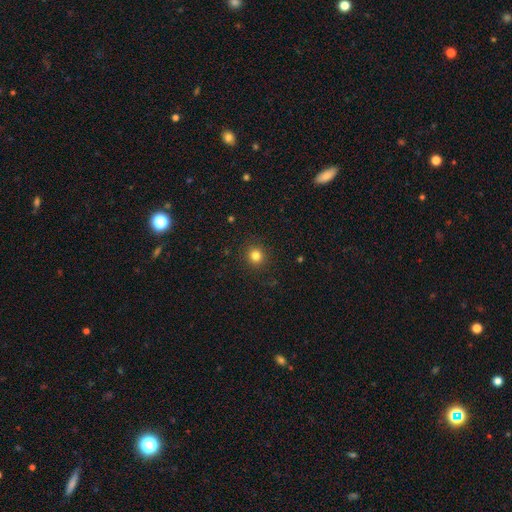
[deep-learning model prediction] A smooth galaxy with no disk features (82%) that is round (92%).

Vote fractions:
- Smooth or featured? smooth: 82% / star or artifact: 13% / featured or disk: 5%
- How rounded? round: 92% / in between: 7% / cigar-shaped: 1%
- Merging? none: 91% / minor disturbance: 6% / major disturbance: 2% / merger: 1%